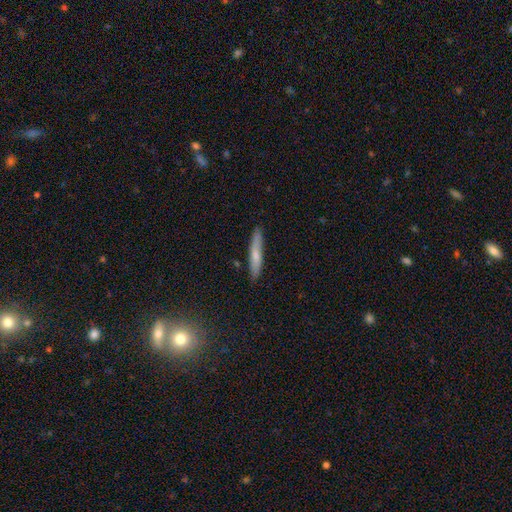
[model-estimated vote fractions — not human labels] Smooth or featured? smooth (67%)
How rounded? cigar-shaped (91%)
Merging? none (84%)